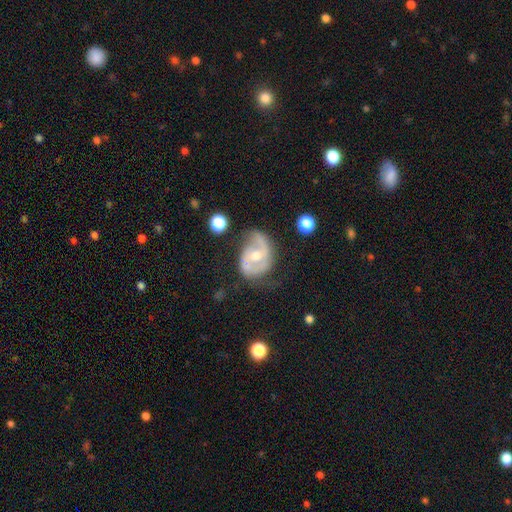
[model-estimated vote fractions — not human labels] Smooth or featured? featured or disk (80%)
Edge-on disk? no (97%)
Bar? no (50%)
Spiral arms? yes (88%)
Spiral winding? medium (47%)
Spiral arm count? 2 (77%)
Bulge size? moderate (65%)
Merging? none (54%)